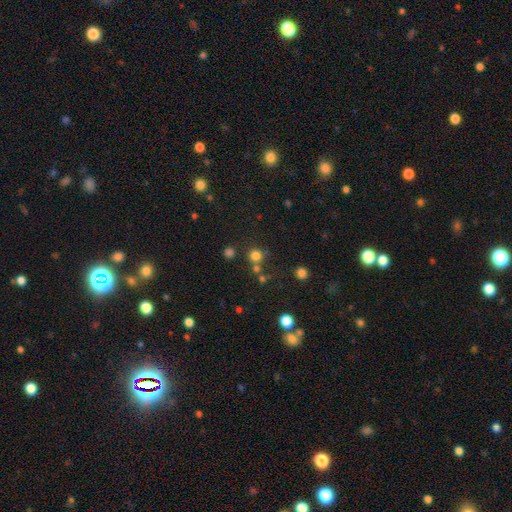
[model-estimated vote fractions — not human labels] smooth_or_featured: smooth (p=0.74) [alt: star or artifact p=0.19]
how_rounded: round (p=0.92) [alt: in between p=0.07]
merging: none (p=0.70) [alt: merger p=0.17]